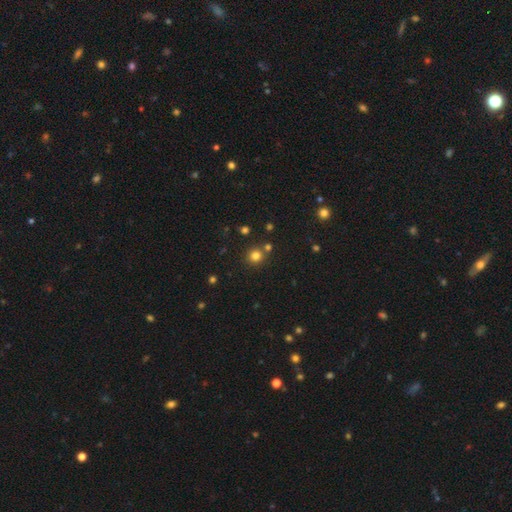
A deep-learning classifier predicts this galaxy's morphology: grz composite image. It shows a smooth galaxy with no disk features (78%) that is round (92%). Merging: none (78%).